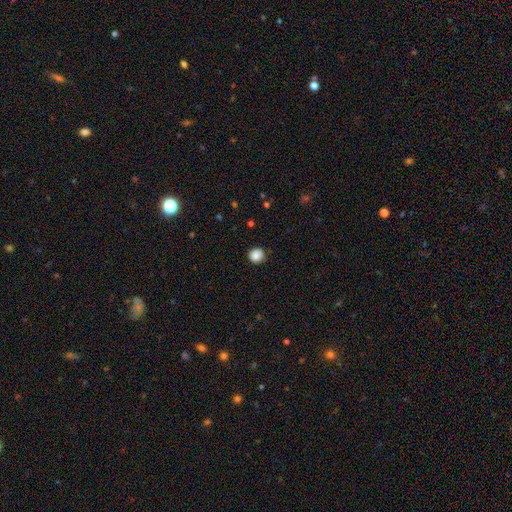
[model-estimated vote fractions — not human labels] smooth-or-featured: smooth: 86% | star or artifact: 9% | featured or disk: 4%
  how-rounded: round: 89% | in between: 10% | cigar-shaped: 1%
  merging: none: 84% | minor disturbance: 12% | major disturbance: 3% | merger: 1%